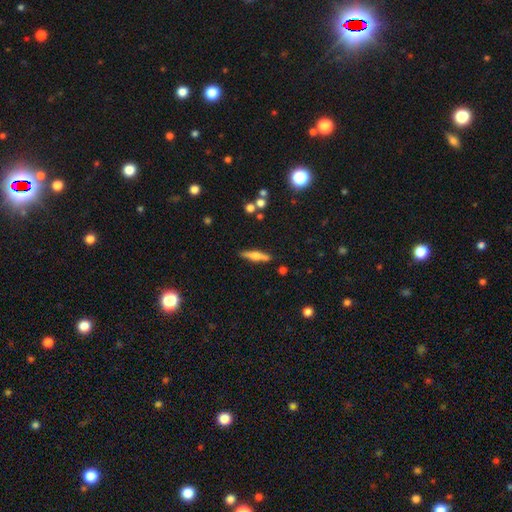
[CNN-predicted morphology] This is possibly a featured or disk galaxy (51%). It is clearly viewed edge-on (94%). Merging: clearly none (86%).